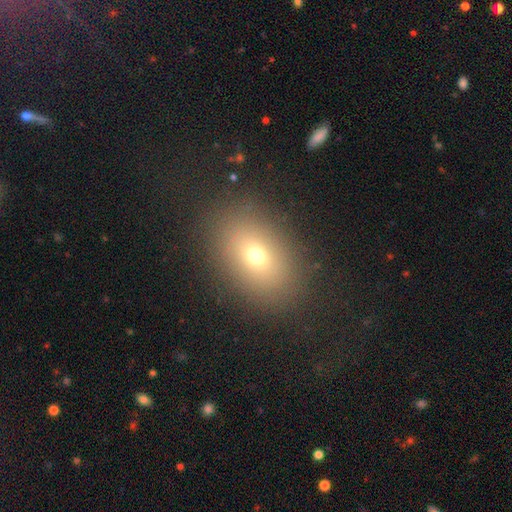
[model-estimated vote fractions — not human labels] A smooth galaxy with no disk features (69%) that is in between round and cigar-shaped (76%).

Vote fractions:
- Smooth or featured? smooth: 69% / featured or disk: 16% / star or artifact: 16%
- How rounded? in between: 76% / round: 23% / cigar-shaped: 2%
- Merging? none: 85% / minor disturbance: 9% / major disturbance: 5% / merger: 1%